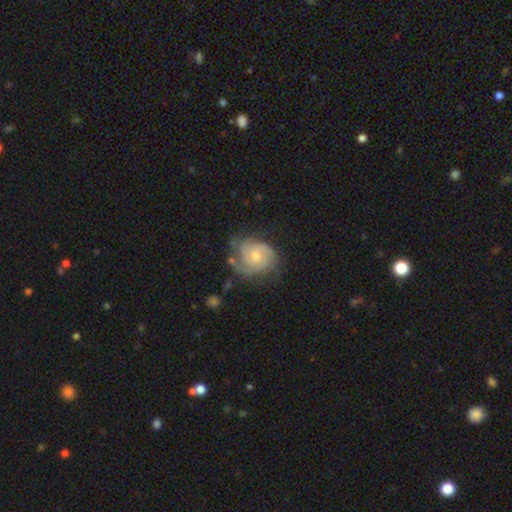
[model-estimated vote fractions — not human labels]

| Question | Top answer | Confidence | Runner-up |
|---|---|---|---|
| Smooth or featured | featured or disk | 79% | smooth (15%) |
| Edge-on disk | no | 98% | yes (2%) |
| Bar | no | 76% | weak (21%) |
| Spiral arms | yes | 93% | no (7%) |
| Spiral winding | tight | 56% | medium (34%) |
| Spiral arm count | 2 | 35% | 3 (28%) |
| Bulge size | moderate | 54% | small (42%) |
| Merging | none | 61% | minor disturbance (25%) |